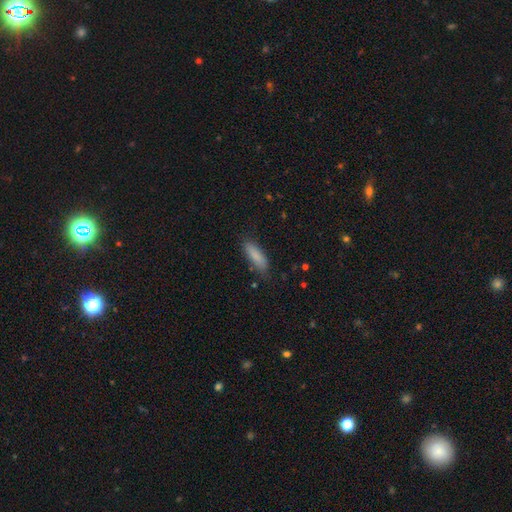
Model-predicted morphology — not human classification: Smooth or featured: smooth — 85% (featured or disk — 8%)
How rounded: cigar-shaped — 50% (in between — 49%)
Merging: none — 79% (minor disturbance — 16%)